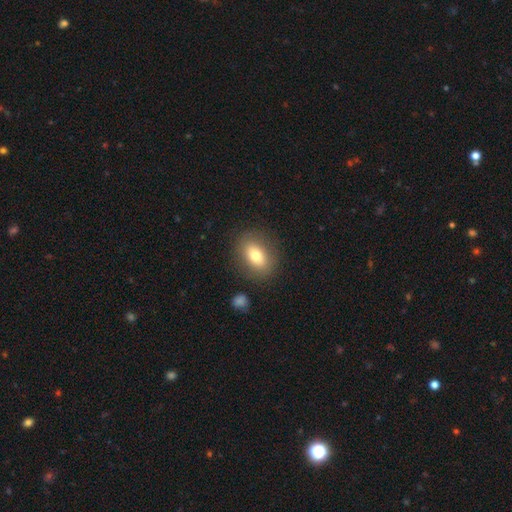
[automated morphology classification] Smooth or featured? smooth (76%)
How rounded? in between (75%)
Merging? none (83%)